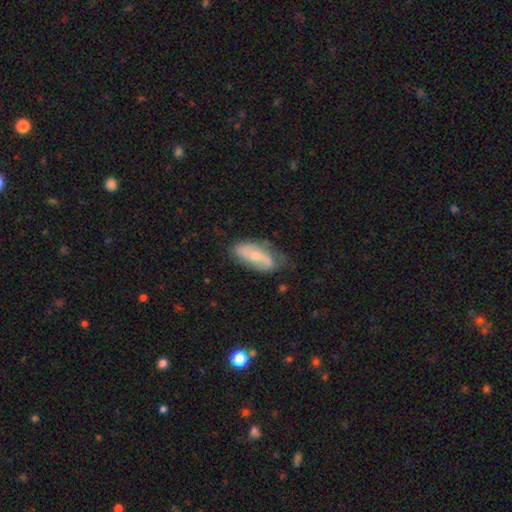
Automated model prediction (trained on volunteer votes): A featured or disk galaxy (64%) with no bar (47%), spiral arms (85%) and a small central bulge (49%).

Vote fractions:
- Smooth or featured? featured or disk: 64% / smooth: 30% / star or artifact: 6%
- Edge-on disk? no: 90% / yes: 10%
- Bar? no: 47% / weak: 34% / strong: 20%
- Spiral arms? yes: 85% / no: 15%
- Bulge size? small: 49% / moderate: 46% / none: 2% / large: 2% / dominant: 1%
- Merging? none: 68% / minor disturbance: 23% / major disturbance: 6% / merger: 2%